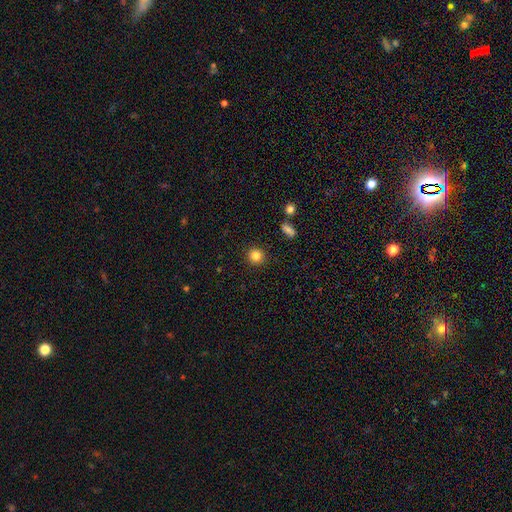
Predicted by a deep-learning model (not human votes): smooth 83%, star or artifact 11%, featured or disk 5%. Down the decision tree: how rounded — round (92%); merging — none (91%).